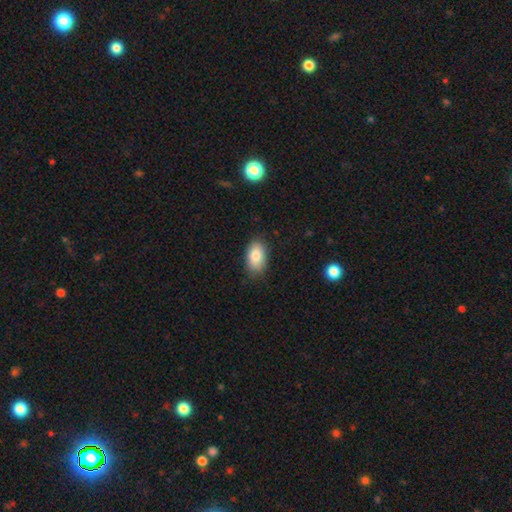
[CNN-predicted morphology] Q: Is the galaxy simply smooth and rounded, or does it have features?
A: smooth — 83%.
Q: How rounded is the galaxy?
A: in between — 91%.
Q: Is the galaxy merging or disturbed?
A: none — 83%.